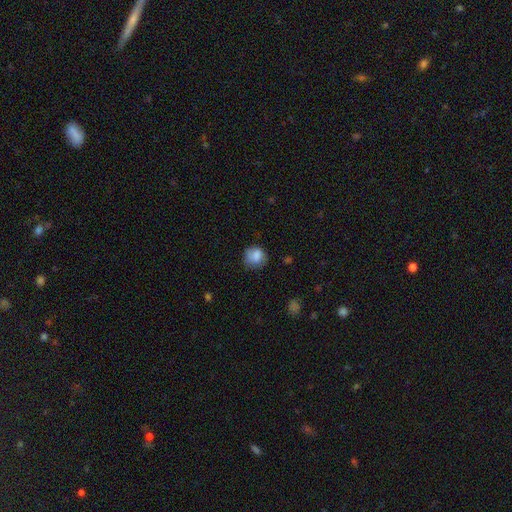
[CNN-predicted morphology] This appears to be a smooth galaxy with no disk features (83%) that is round (81%). Merging: none (66%).